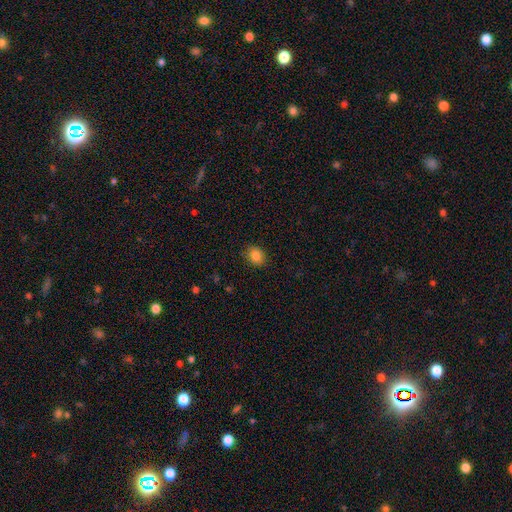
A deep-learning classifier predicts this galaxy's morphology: Smooth or featured?
  - smooth: 84% *
  - star or artifact: 10%
  - featured or disk: 5%
How rounded?
  - round: 52% *
  - in between: 47%
  - cigar-shaped: 1%
Merging?
  - none: 88% *
  - minor disturbance: 9%
  - major disturbance: 2%
  - merger: 1%